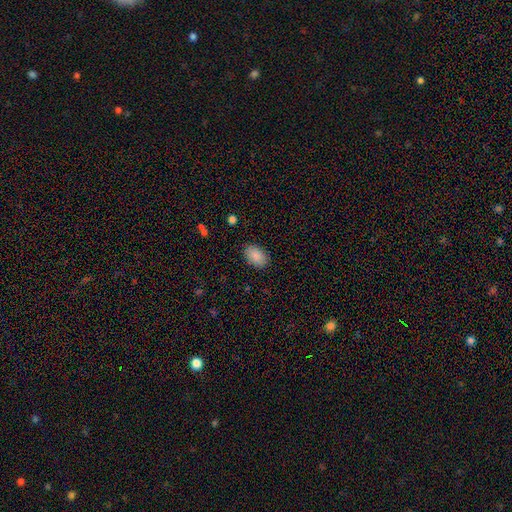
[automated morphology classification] The model was most divided on "merging": none: 87%, minor disturbance: 9%, major disturbance: 2%, merger: 1%. More confident: how rounded — in between (89%); smooth or featured — smooth (88%).